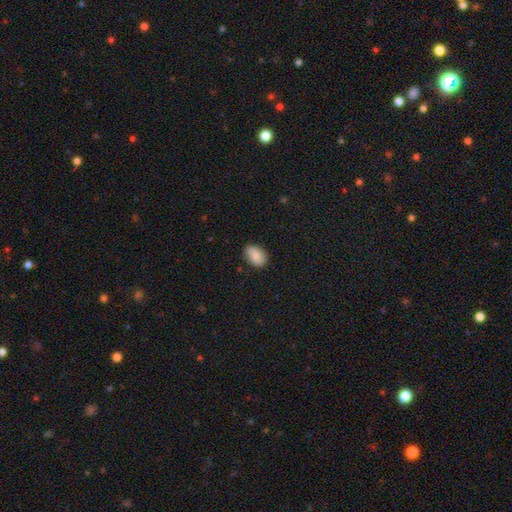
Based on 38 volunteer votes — Smooth or featured? smooth (84%)
How rounded? in between (81%)
Merging? none (76%)